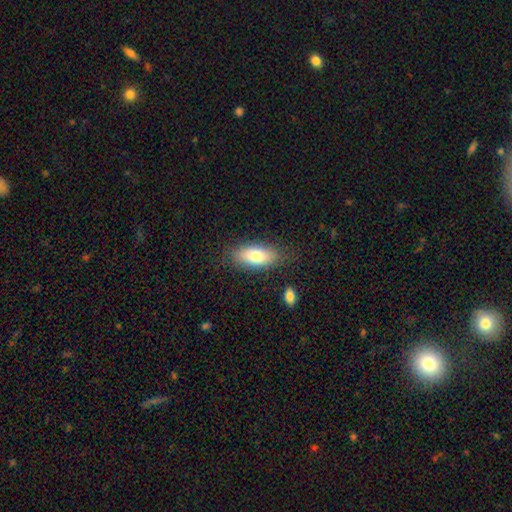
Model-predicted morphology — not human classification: A smooth galaxy with no disk features (76%) that is in between round and cigar-shaped (86%). Merging: none (81%).